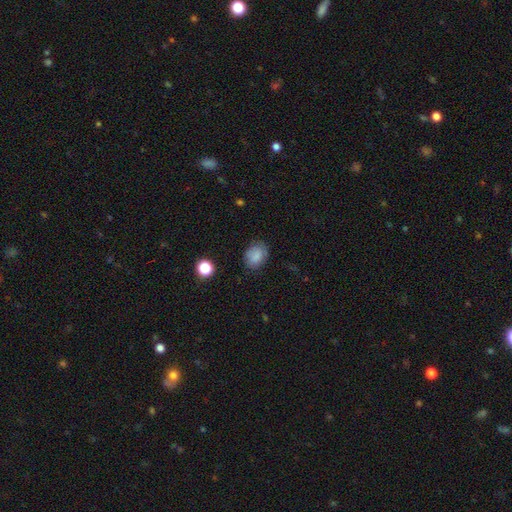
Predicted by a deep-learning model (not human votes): smooth-or-featured: smooth: 82% | star or artifact: 10% | featured or disk: 8%
  how-rounded: in between: 59% | round: 40% | cigar-shaped: 1%
  merging: none: 75% | minor disturbance: 19% | major disturbance: 5% | merger: 1%